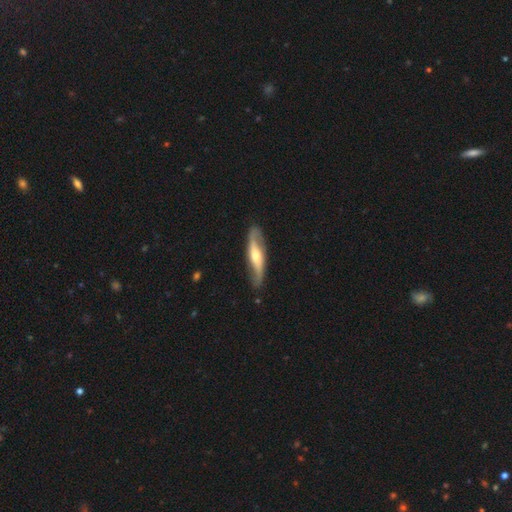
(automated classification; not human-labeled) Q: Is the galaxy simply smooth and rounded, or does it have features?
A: featured or disk — 75%.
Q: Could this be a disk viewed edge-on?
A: no — 62%.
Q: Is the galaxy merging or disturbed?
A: none — 79%.